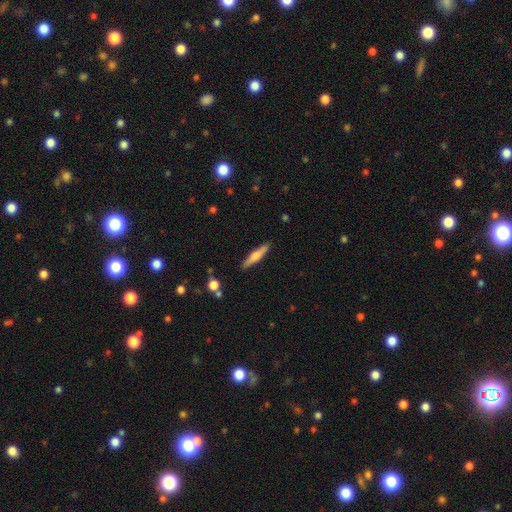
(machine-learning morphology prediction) Smooth or featured? Predicted: smooth (p=0.51). How rounded? Predicted: cigar-shaped (p=0.85). Merging? Predicted: none (p=0.88).